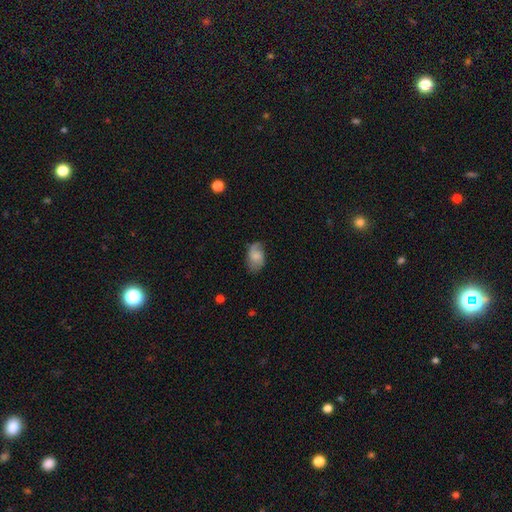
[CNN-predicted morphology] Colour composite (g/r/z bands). It shows a smooth galaxy with no disk features (52%) that is in between round and cigar-shaped (89%). Merging: none (64%).